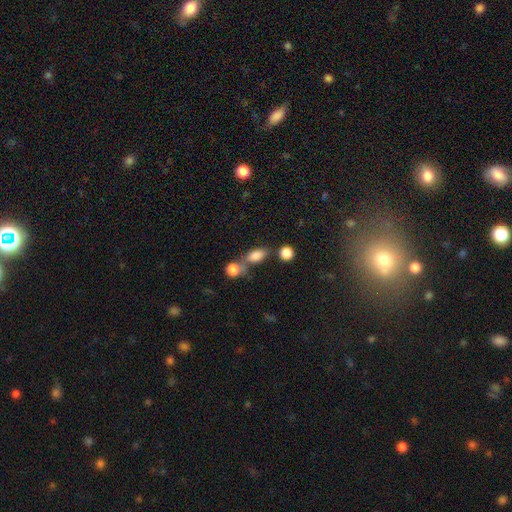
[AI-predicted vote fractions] Smooth or featured?
  - smooth: 81% *
  - star or artifact: 10%
  - featured or disk: 8%
How rounded?
  - in between: 81% *
  - round: 13%
  - cigar-shaped: 6%
Merging?
  - none: 45% *
  - merger: 35%
  - minor disturbance: 13%
  - major disturbance: 6%